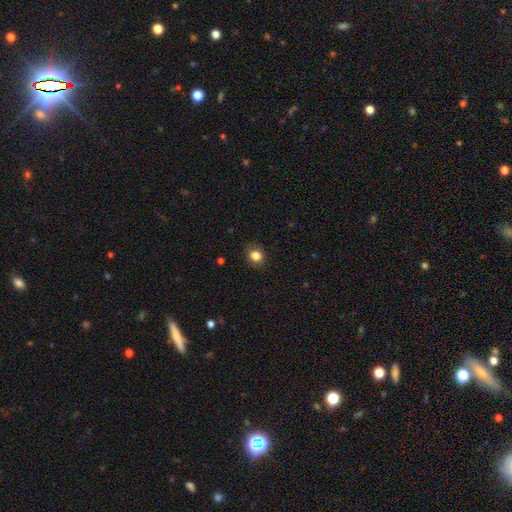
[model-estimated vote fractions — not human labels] A smooth galaxy with no disk features (84%) that is round (77%).

Vote fractions:
- Smooth or featured? smooth: 84% / star or artifact: 11% / featured or disk: 5%
- How rounded? round: 77% / in between: 22% / cigar-shaped: 1%
- Merging? none: 87% / minor disturbance: 10% / major disturbance: 3% / merger: 1%